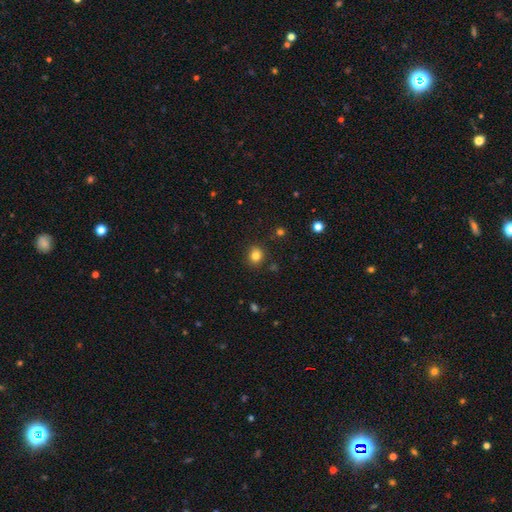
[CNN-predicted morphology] Smooth or featured? Predicted: smooth (p=0.81). How rounded? Predicted: round (p=0.76). Merging? Predicted: none (p=0.87).